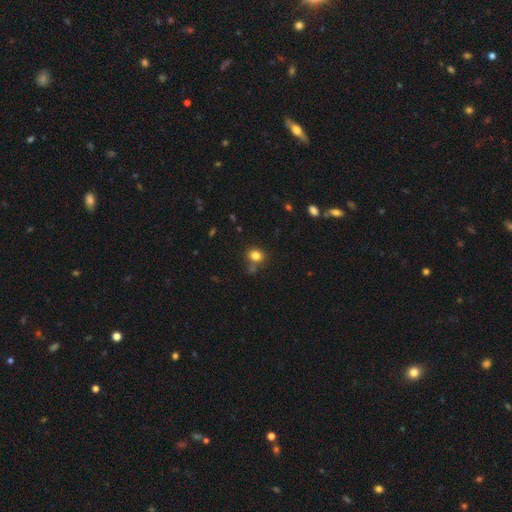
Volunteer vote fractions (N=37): Volunteers were most divided on "how rounded": round: 58%, in between: 42%, cigar-shaped: 0%. More confident: smooth or featured — smooth (89%); merging — none (82%).